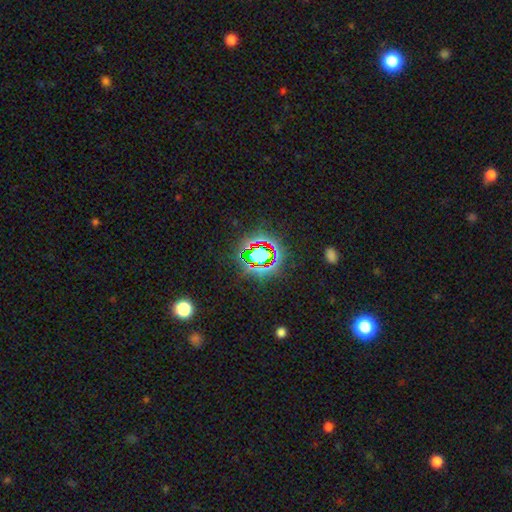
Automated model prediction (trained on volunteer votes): This is likely a star or artifact rather than a galaxy (72%).